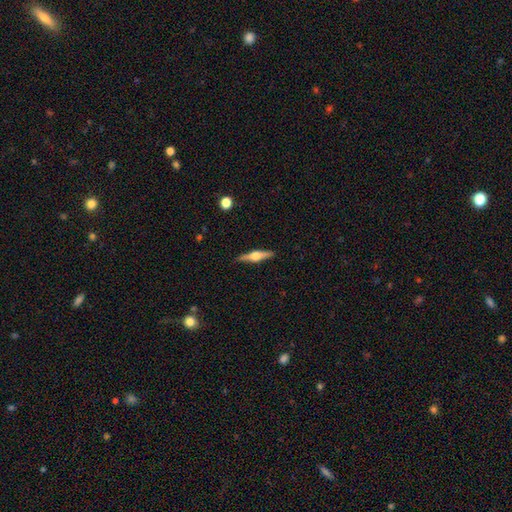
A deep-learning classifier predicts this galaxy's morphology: This is likely a featured or disk galaxy (71%). It is clearly viewed edge-on (98%). Edge-on bulge: clearly rounded (92%). Merging: clearly none (90%).